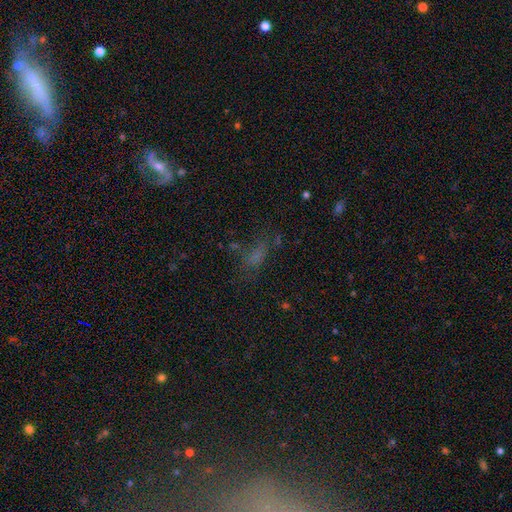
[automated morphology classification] smooth_or_featured: smooth (p=0.57) [alt: star or artifact p=0.25]
how_rounded: in between (p=0.71) [alt: cigar-shaped p=0.20]
merging: none (p=0.50) [alt: major disturbance p=0.22]